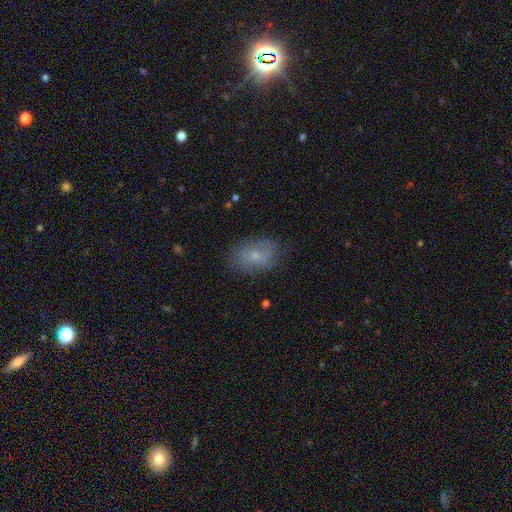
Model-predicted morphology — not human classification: Overall: smooth (60%; featured or disk 30%). How rounded: in between (79%). Merging: none (69%).